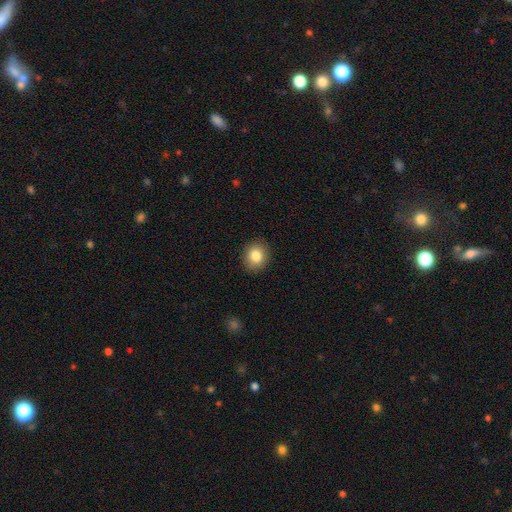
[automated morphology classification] Q: Smooth or featured?
A: smooth (83%); runner-up: star or artifact (9%)
Q: How rounded?
A: round (68%); runner-up: in between (31%)
Q: Merging?
A: none (90%); runner-up: minor disturbance (7%)